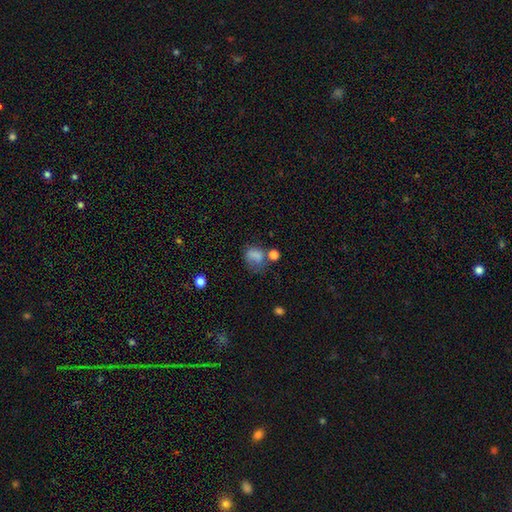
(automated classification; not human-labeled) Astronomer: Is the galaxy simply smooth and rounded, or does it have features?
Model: smooth — 74%.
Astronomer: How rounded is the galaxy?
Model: in between — 50% (runner-up: round, 49%).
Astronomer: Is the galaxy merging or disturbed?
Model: none — 37% (runner-up: minor disturbance, 24%).